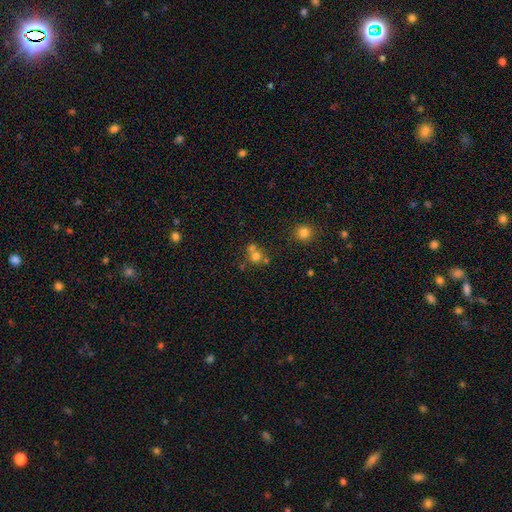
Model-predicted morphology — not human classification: type=smooth (68%); roundness=round (82%); merging=merger (44%, tied with none).